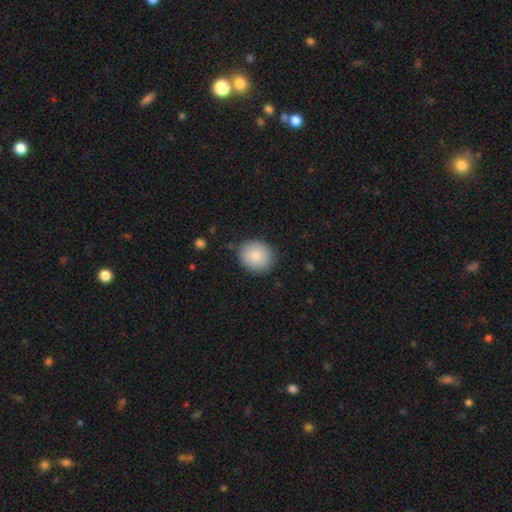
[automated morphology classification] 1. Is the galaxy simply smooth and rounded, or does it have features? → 86% smooth, 7% star or artifact, 7% featured or disk.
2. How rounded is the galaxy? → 79% round, 20% in between, 1% cigar-shaped.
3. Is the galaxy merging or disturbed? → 86% none, 10% minor disturbance, 2% major disturbance, 1% merger.